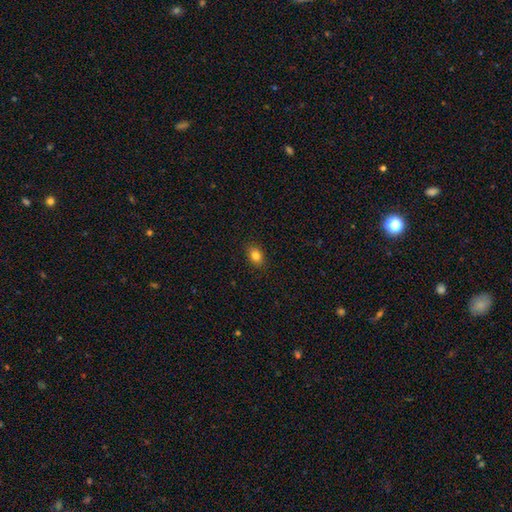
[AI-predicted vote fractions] smooth_or_featured: smooth (p=0.83) [alt: star or artifact p=0.11]
how_rounded: in between (p=0.67) [alt: round p=0.32]
merging: none (p=0.89) [alt: minor disturbance p=0.08]